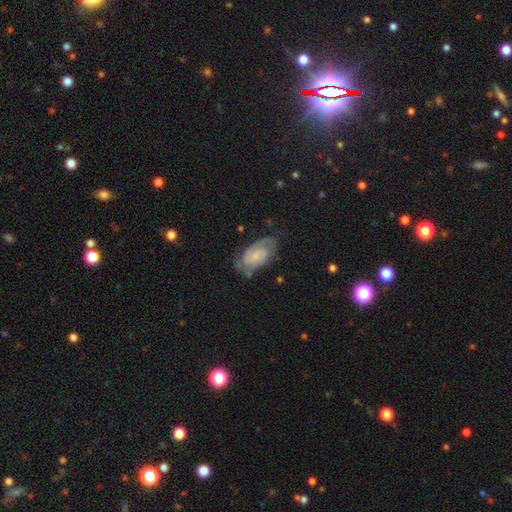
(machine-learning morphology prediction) A featured or disk galaxy (70%) with no bar (59%), 2 (71%) tight (46%) spiral arms (90%) and a small central bulge (64%). Merging: none (63%).